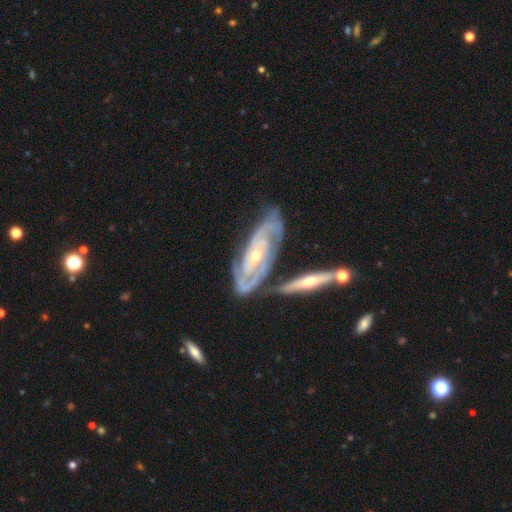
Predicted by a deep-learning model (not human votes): The model was most divided on "bulge size": small: 60%, moderate: 38%, large: 1%, none: 1%, dominant: 1%. Remaining: spiral arms — yes (96%); edge-on disk — no (90%); smooth or featured — featured or disk (89%); spiral winding — tight (67%); bar — no (64%); merging — none (62%); spiral arm count — 2 (50%).